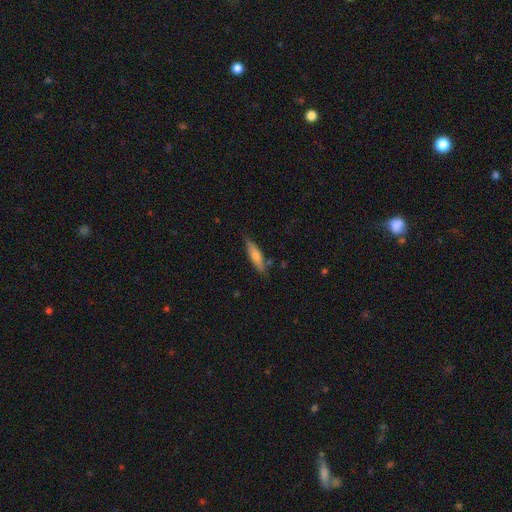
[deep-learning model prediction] Morphology: type=smooth (57%); roundness=cigar-shaped (79%); merging=none (80%).